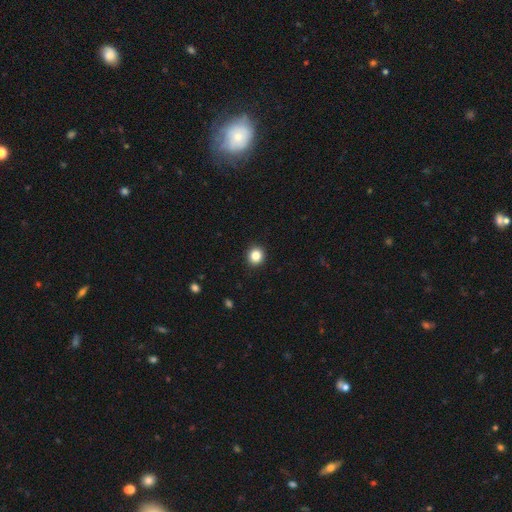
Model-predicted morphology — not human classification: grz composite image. It shows a smooth galaxy with no disk features (85%) that is round (87%). Merging: none (92%).